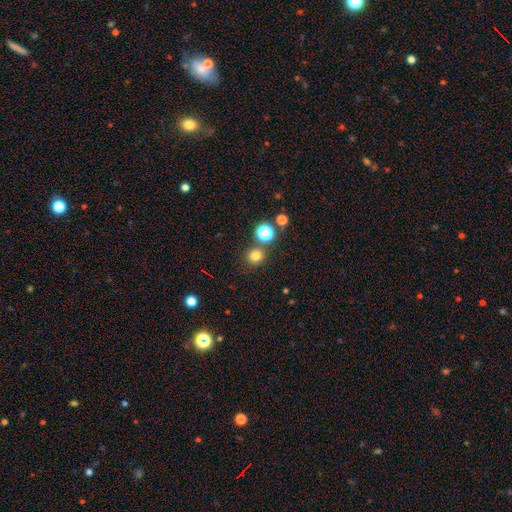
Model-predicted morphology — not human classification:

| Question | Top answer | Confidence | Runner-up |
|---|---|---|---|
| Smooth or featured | smooth | 77% | star or artifact (18%) |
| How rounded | round | 91% | in between (8%) |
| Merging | none | 81% | merger (10%) |